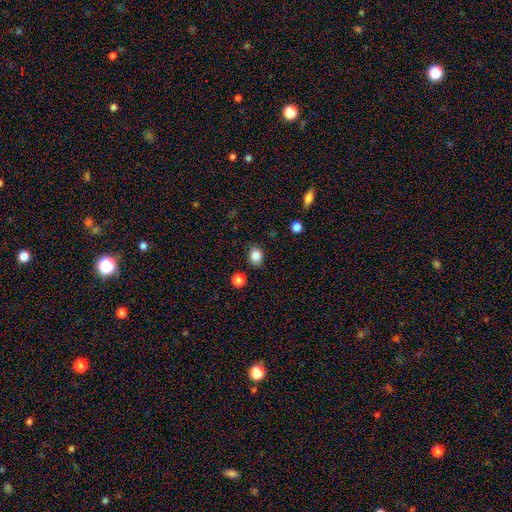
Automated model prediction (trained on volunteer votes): smooth 84%, star or artifact 11%, featured or disk 5%. Down the decision tree: how rounded — round (66%); merging — none (86%).